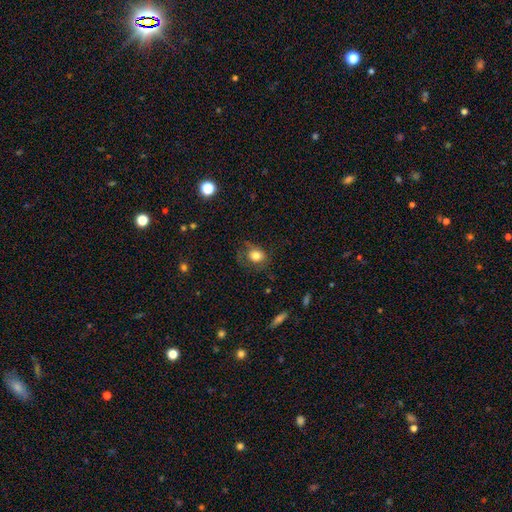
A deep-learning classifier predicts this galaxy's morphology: Smooth or featured? smooth (80%)
How rounded? round (64%)
Merging? none (65%)